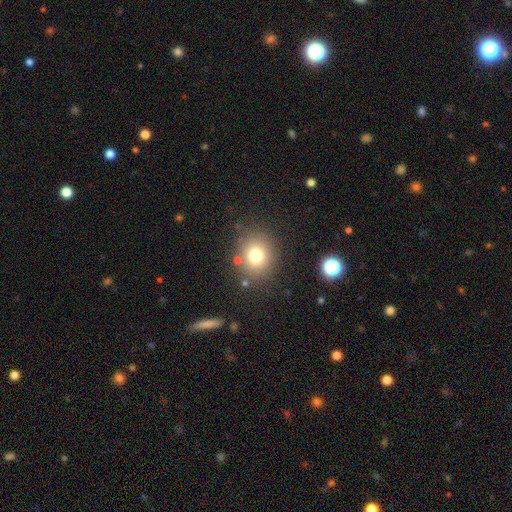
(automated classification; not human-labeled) smooth 75%, star or artifact 14%, featured or disk 11%. Down the decision tree: how rounded — round (78%); merging — none (82%).